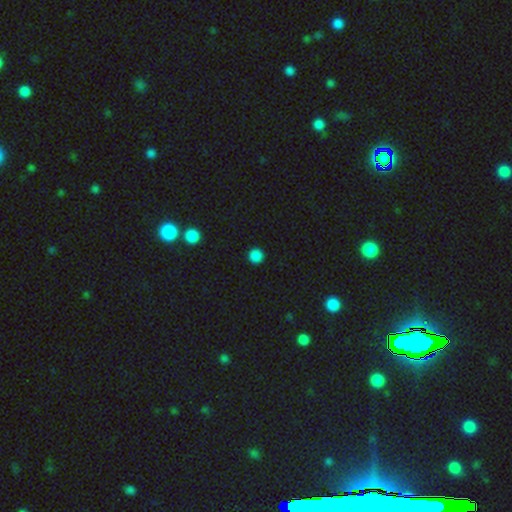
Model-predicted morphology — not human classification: A smooth galaxy with no disk features (85%) that is round (96%). Merging: none (92%).